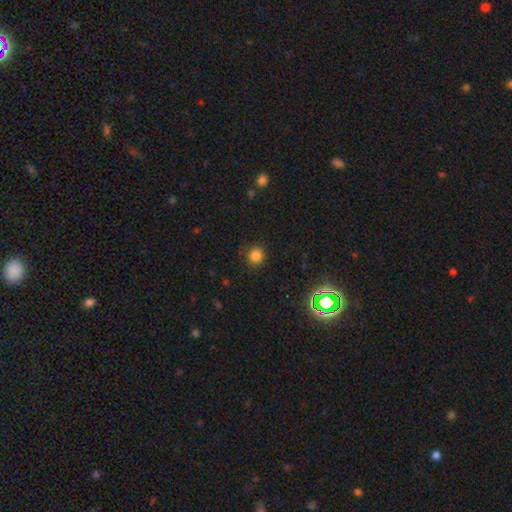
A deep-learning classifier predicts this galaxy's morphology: smooth-or-featured: smooth: 80% | star or artifact: 16% | featured or disk: 4%
  how-rounded: round: 90% | in between: 9% | cigar-shaped: 1%
  merging: none: 87% | minor disturbance: 8% | major disturbance: 3% | merger: 1%